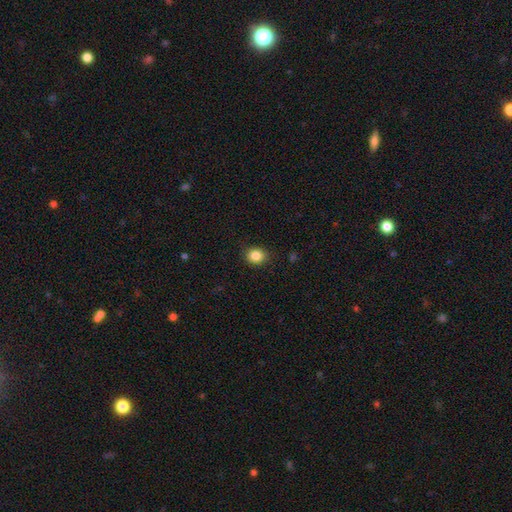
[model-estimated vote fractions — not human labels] smooth-or-featured: smooth: 85% | star or artifact: 10% | featured or disk: 5%
  how-rounded: round: 69% | in between: 30% | cigar-shaped: 1%
  merging: none: 86% | minor disturbance: 10% | major disturbance: 2% | merger: 1%